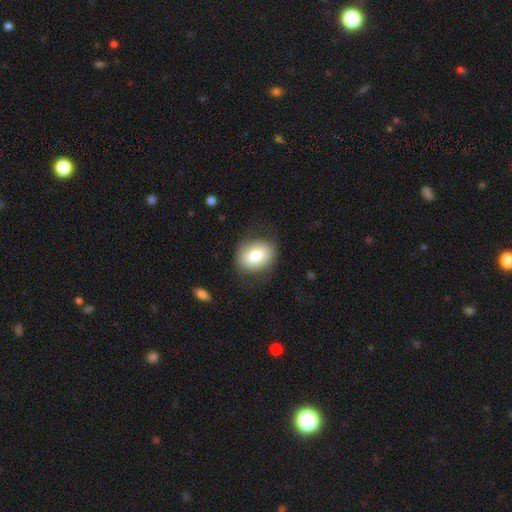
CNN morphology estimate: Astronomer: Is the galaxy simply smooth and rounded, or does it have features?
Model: smooth — 74%.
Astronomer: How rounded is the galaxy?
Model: in between — 62% (runner-up: round, 37%).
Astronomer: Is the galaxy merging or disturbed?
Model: none — 77%.